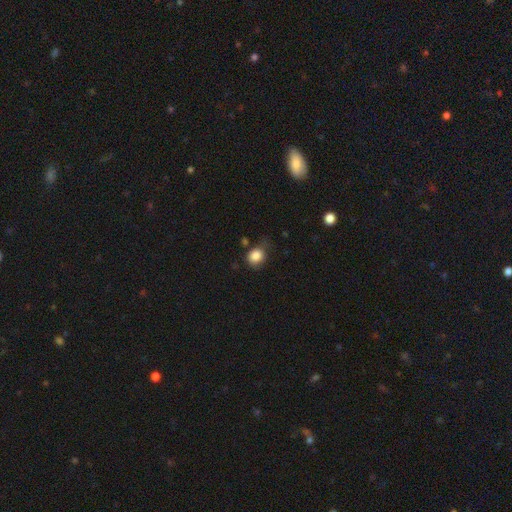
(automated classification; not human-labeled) A smooth galaxy with no disk features (85%) that is round (71%).

Vote fractions:
- Smooth or featured? smooth: 85% / star or artifact: 10% / featured or disk: 5%
- How rounded? round: 71% / in between: 28% / cigar-shaped: 1%
- Merging? none: 64% / minor disturbance: 26% / major disturbance: 7% / merger: 3%